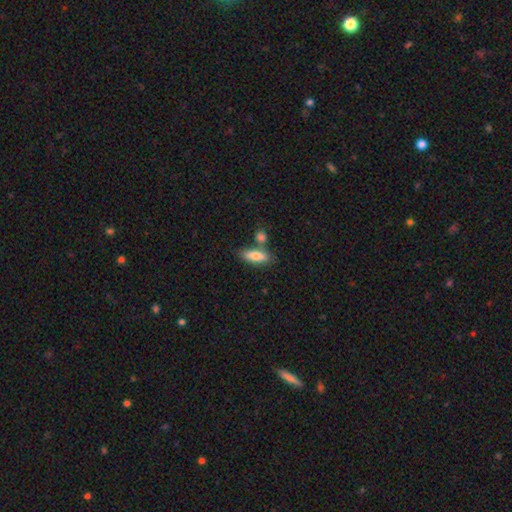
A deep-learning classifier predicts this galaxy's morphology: smooth 75%, featured or disk 19%, star or artifact 6%. Down the decision tree: how rounded — in between (67%); merging — none (64%).